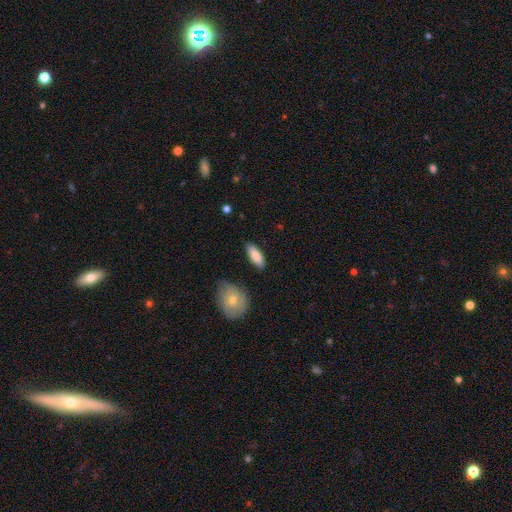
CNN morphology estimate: A smooth galaxy with no disk features (82%) that is in between round and cigar-shaped (72%). Merging: none (84%).